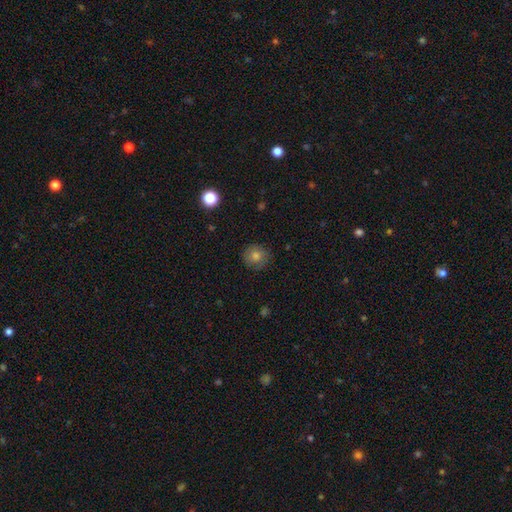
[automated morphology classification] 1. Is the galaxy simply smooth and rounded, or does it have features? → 75% smooth, 13% star or artifact, 12% featured or disk.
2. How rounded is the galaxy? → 91% round, 8% in between, 1% cigar-shaped.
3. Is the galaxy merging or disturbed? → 87% none, 9% minor disturbance, 2% major disturbance, 1% merger.